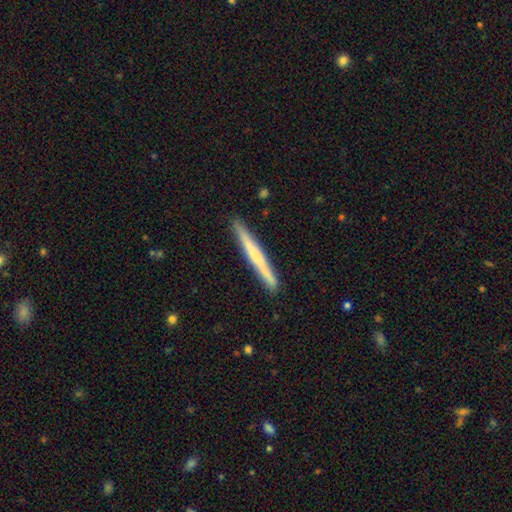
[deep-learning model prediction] Smooth or featured? Predicted: smooth (p=0.51). How rounded? Predicted: cigar-shaped (p=0.97). Merging? Predicted: none (p=0.91).